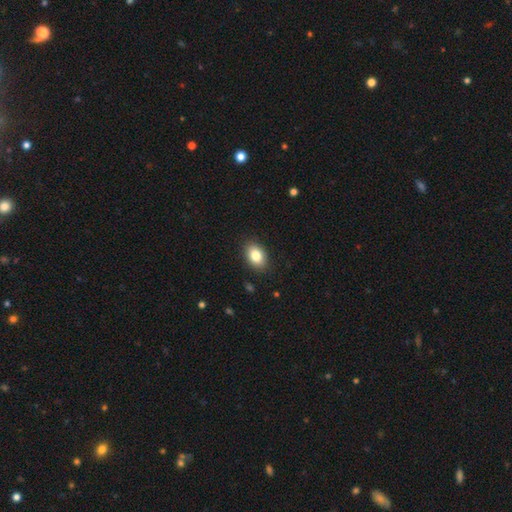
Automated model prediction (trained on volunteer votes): This is clearly a smooth galaxy (84%). How rounded: clearly in between (81%). Merging: clearly none (88%).